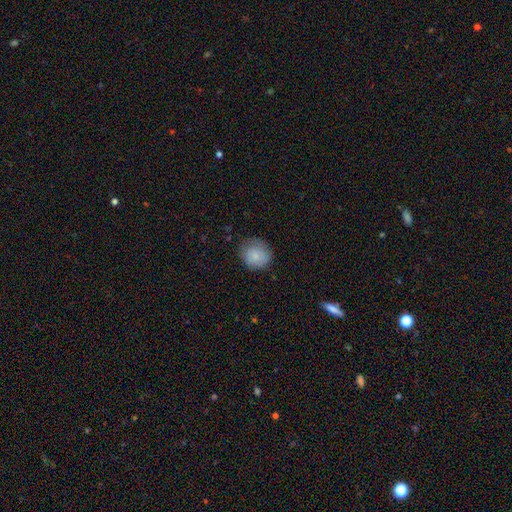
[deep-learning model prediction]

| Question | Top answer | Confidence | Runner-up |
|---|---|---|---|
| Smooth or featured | smooth | 83% | featured or disk (10%) |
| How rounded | round | 79% | in between (21%) |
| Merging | none | 70% | minor disturbance (22%) |